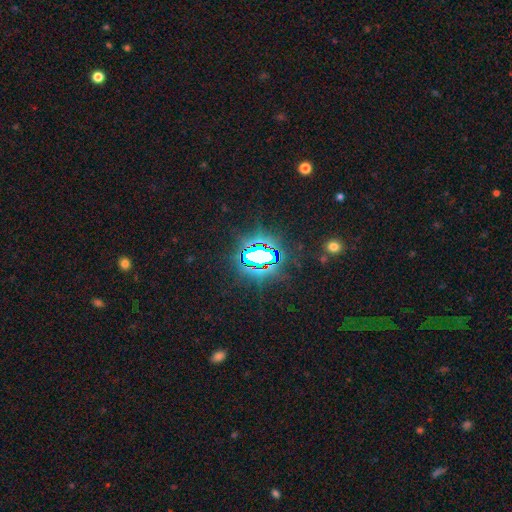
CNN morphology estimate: Smooth or featured? star or artifact (76%)